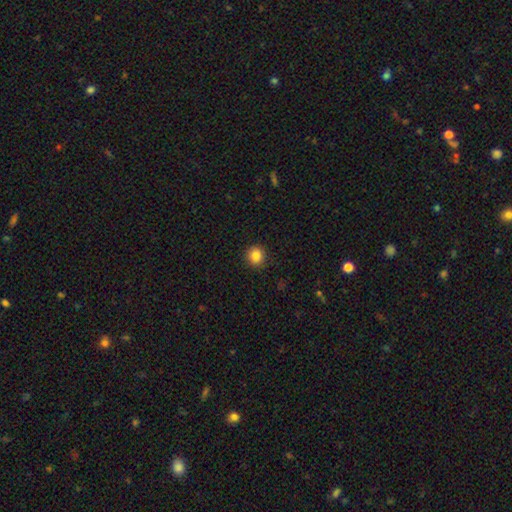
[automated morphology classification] The model was most divided on "smooth or featured": smooth: 85%, star or artifact: 10%, featured or disk: 4%. More confident: merging — none (91%); how rounded — round (90%).